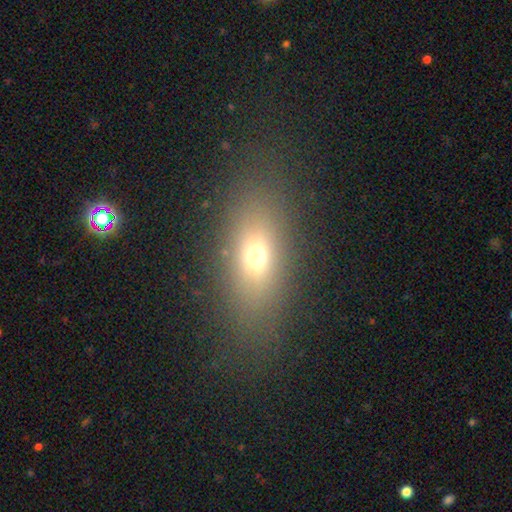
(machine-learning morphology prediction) The model was most divided on "smooth or featured": smooth: 64%, featured or disk: 19%, star or artifact: 17%. More confident: merging — none (79%); how rounded — in between (74%).